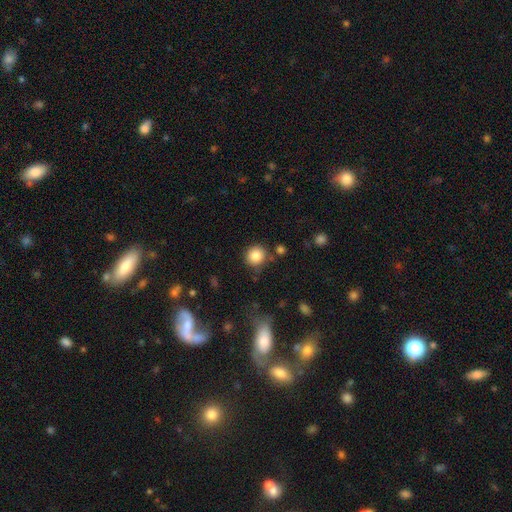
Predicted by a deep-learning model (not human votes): Smooth or featured?
  - smooth: 85% *
  - star or artifact: 10%
  - featured or disk: 5%
How rounded?
  - round: 92% *
  - in between: 7%
  - cigar-shaped: 1%
Merging?
  - none: 81% *
  - minor disturbance: 10%
  - merger: 5%
  - major disturbance: 3%